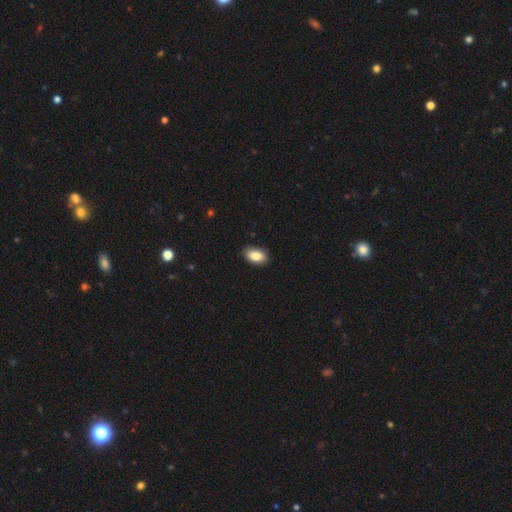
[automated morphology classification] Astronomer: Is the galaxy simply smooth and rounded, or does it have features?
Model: smooth — 86%.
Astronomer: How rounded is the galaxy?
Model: in between — 91%.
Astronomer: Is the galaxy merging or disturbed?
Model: none — 85%.